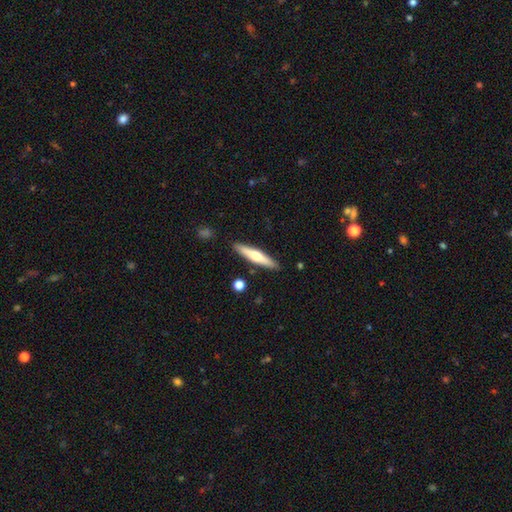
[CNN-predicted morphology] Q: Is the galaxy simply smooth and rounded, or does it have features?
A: smooth — 48%.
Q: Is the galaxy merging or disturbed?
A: none — 89%.